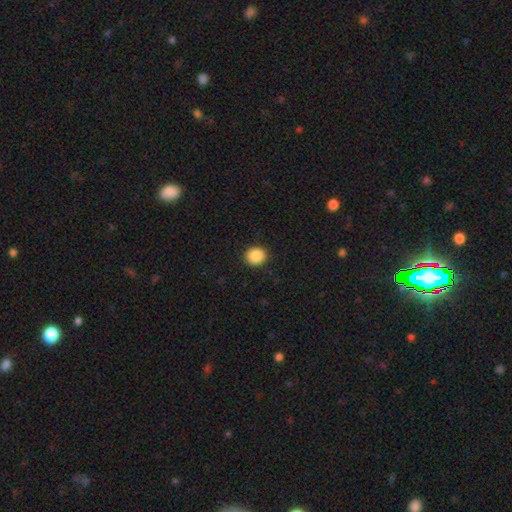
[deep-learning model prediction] smooth 88%, star or artifact 8%, featured or disk 3%. Down the decision tree: how rounded — round (80%); merging — none (91%).